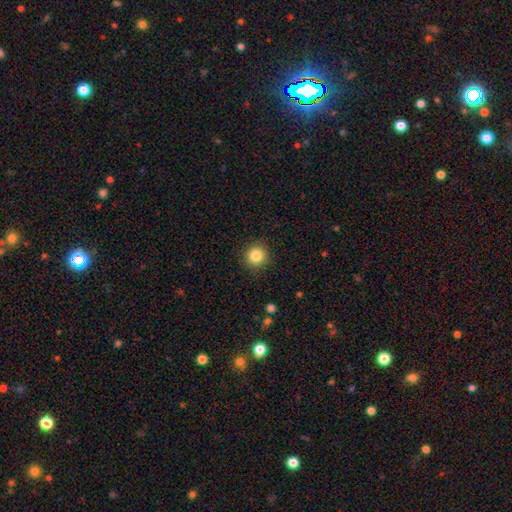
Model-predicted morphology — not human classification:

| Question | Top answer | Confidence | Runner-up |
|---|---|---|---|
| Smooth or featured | smooth | 84% | star or artifact (10%) |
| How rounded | round | 93% | in between (6%) |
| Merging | none | 89% | minor disturbance (7%) |